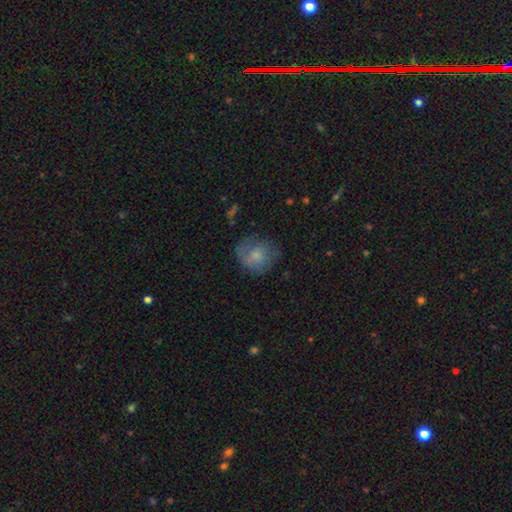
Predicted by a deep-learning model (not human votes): smooth-or-featured: smooth: 70% | featured or disk: 21% | star or artifact: 9%
  how-rounded: round: 78% | in between: 21% | cigar-shaped: 1%
  merging: none: 62% | minor disturbance: 23% | major disturbance: 13% | merger: 2%